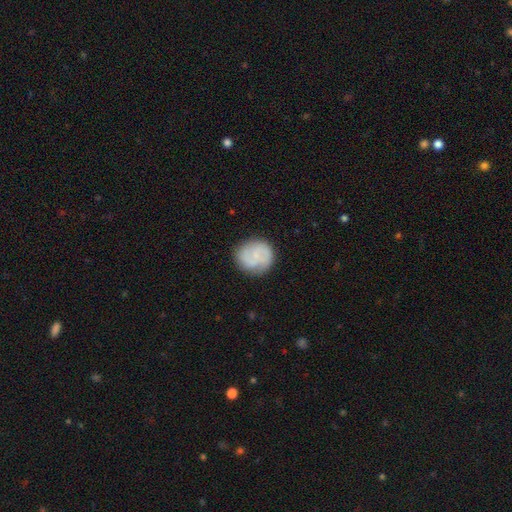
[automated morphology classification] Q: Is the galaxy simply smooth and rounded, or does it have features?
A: featured or disk — 50%.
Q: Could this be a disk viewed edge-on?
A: no — 98%.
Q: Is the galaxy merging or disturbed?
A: none — 81%.